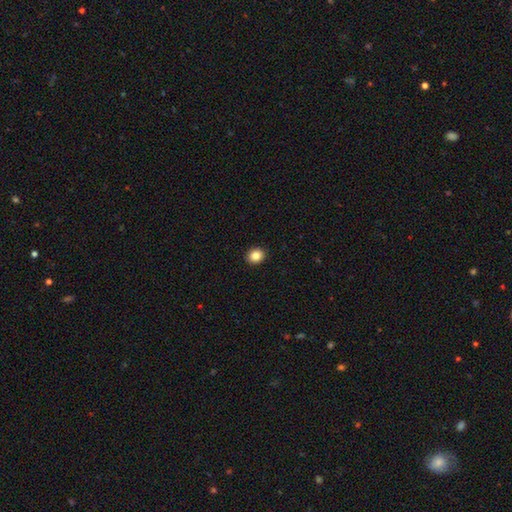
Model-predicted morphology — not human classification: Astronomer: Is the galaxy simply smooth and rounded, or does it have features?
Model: smooth — 85%.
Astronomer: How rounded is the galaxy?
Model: round — 68%.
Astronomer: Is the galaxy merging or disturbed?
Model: none — 92%.